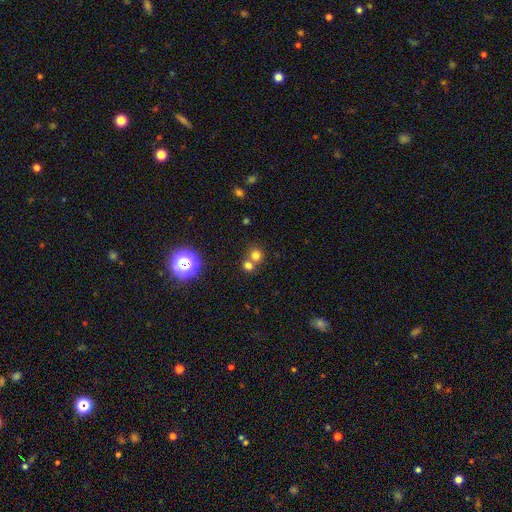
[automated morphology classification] smooth-or-featured: smooth: 72% | star or artifact: 20% | featured or disk: 8%
  how-rounded: round: 87% | in between: 12% | cigar-shaped: 1%
  merging: none: 52% | merger: 41% | minor disturbance: 5% | major disturbance: 2%